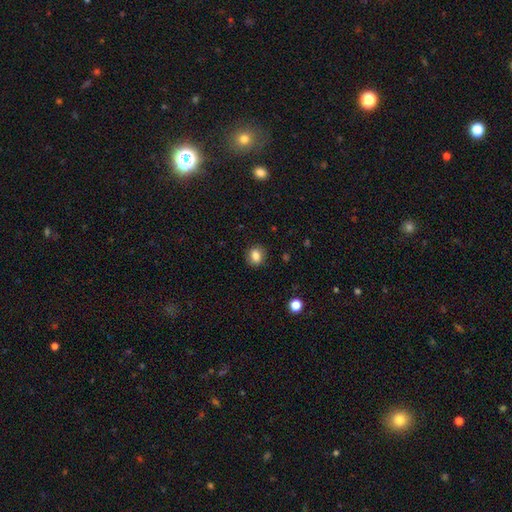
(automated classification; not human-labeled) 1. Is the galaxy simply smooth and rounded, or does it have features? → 83% smooth, 10% star or artifact, 7% featured or disk.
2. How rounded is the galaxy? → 61% round, 38% in between, 1% cigar-shaped.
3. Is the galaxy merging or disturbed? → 87% none, 9% minor disturbance, 3% major disturbance, 1% merger.